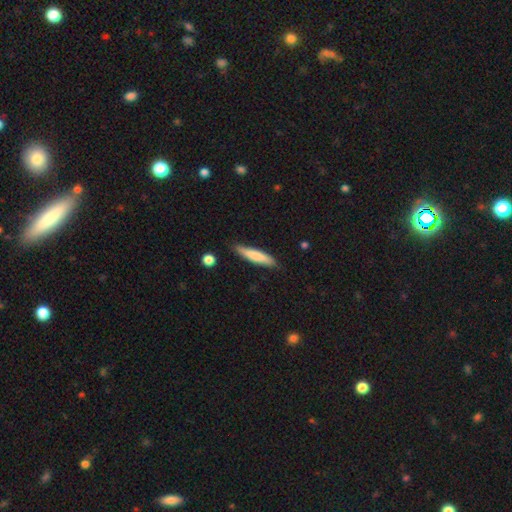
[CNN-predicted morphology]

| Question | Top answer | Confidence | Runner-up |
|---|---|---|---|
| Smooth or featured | smooth | 75% | featured or disk (20%) |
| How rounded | cigar-shaped | 85% | in between (14%) |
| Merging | none | 83% | minor disturbance (13%) |